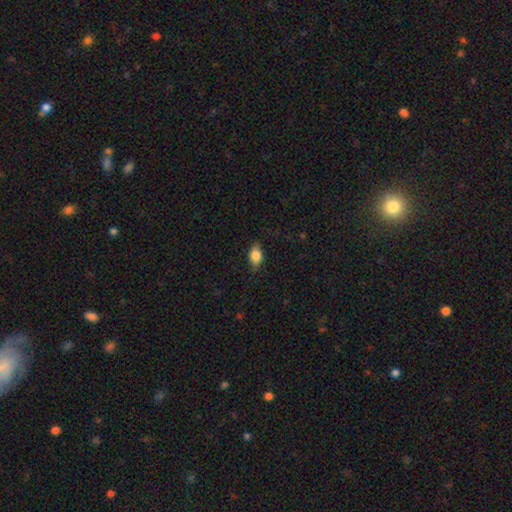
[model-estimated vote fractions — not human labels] This appears to be a smooth galaxy with no disk features (79%) that is in between round and cigar-shaped (81%). Merging: none (79%).